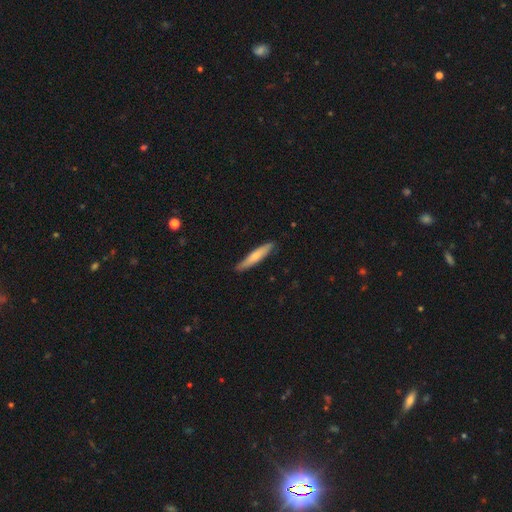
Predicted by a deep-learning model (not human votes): Morphology: type=smooth (67%); roundness=cigar-shaped (90%); merging=none (86%).